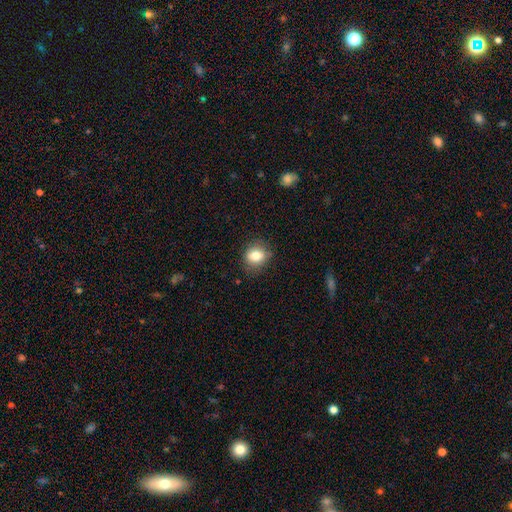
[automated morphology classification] Smooth or featured? Predicted: smooth (p=0.81). How rounded? Predicted: round (p=0.66). Merging? Predicted: none (p=0.78).